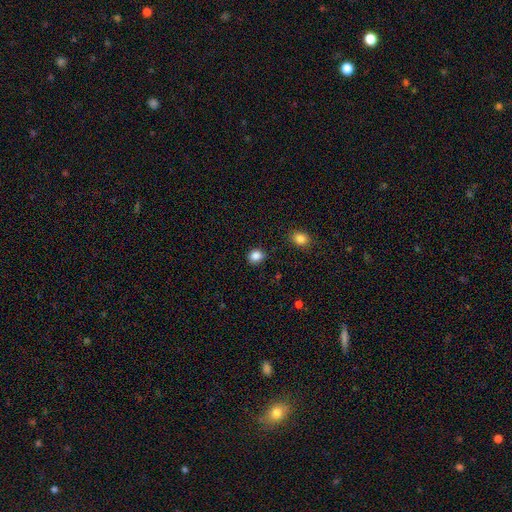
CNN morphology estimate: Overall: smooth (86%). How rounded: round (68%; in between 31%). Merging: none (85%).